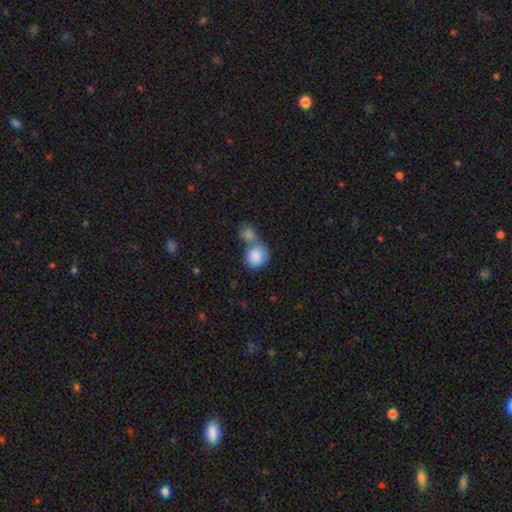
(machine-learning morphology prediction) The model was most divided on "merging": merger: 56%, none: 32%, minor disturbance: 8%, major disturbance: 4%. More confident: smooth or featured — smooth (87%); how rounded — round (80%).